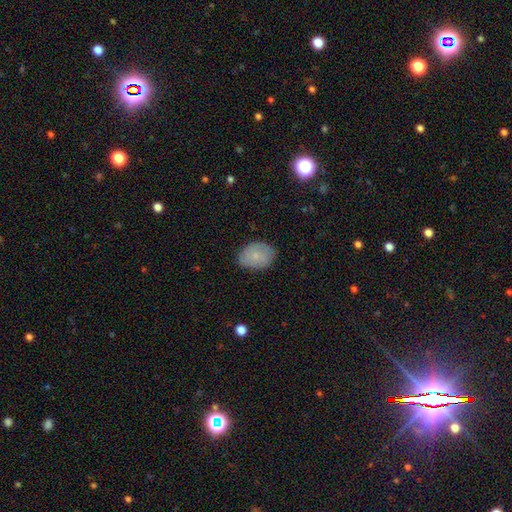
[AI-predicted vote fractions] Smooth or featured? Predicted: smooth (p=0.75). How rounded? Predicted: in between (p=0.72). Merging? Predicted: none (p=0.80).